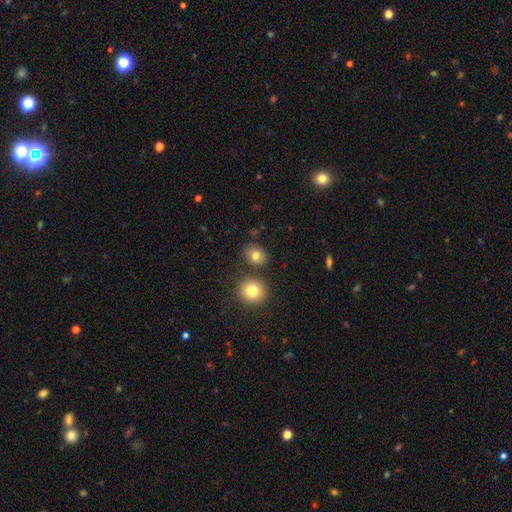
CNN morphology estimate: type=smooth (79%); roundness=round (58%); merging=none (77%).